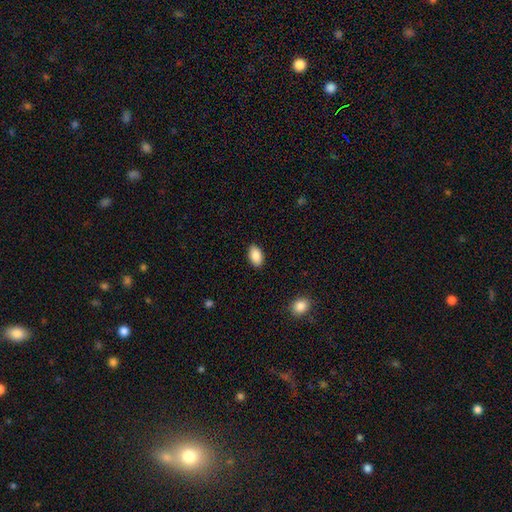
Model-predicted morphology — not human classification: A smooth galaxy with no disk features (88%) that is in between round and cigar-shaped (93%).

Vote fractions:
- Smooth or featured? smooth: 88% / star or artifact: 7% / featured or disk: 4%
- How rounded? in between: 93% / round: 6% / cigar-shaped: 2%
- Merging? none: 88% / minor disturbance: 9% / major disturbance: 2% / merger: 1%